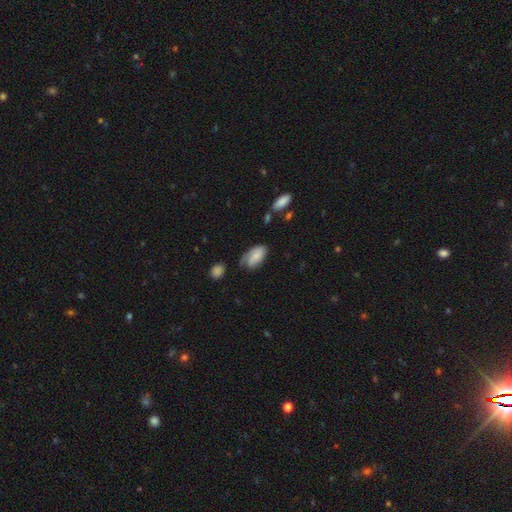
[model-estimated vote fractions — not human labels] Smooth or featured: smooth — 64% (featured or disk — 29%)
How rounded: in between — 93% (round — 4%)
Merging: none — 42% (minor disturbance — 35%)